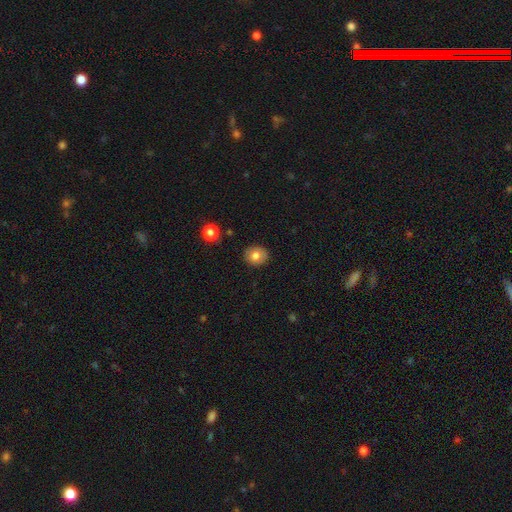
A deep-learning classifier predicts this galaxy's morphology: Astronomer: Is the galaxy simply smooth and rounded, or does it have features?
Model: smooth — 79%.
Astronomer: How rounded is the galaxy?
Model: round — 74%.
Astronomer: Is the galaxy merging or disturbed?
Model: none — 88%.